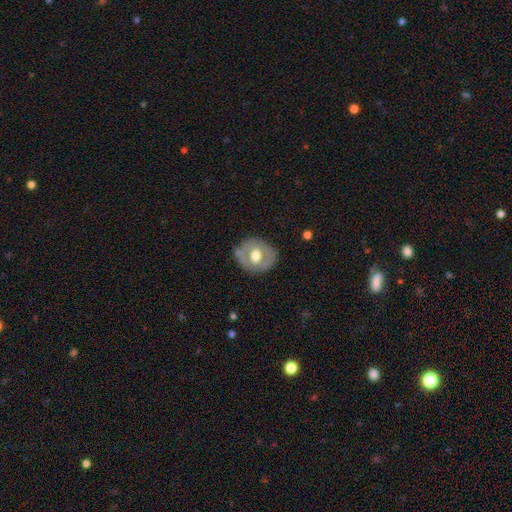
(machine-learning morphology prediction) This appears to be a featured or disk galaxy (52%). Merging: none (73%).